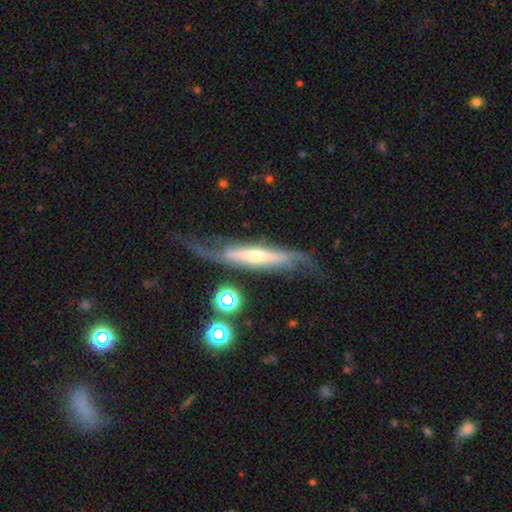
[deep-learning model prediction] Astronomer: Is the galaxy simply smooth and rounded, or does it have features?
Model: featured or disk — 78%.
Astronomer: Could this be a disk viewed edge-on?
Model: yes — 55% (runner-up: no, 45%).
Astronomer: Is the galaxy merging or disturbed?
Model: none — 51%.